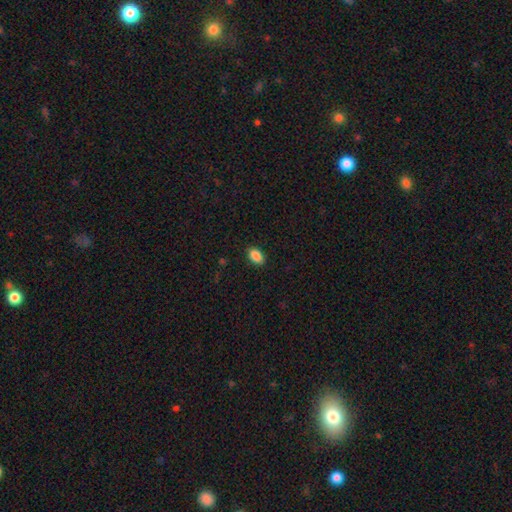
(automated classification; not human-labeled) Smooth or featured?
  - smooth: 89% *
  - star or artifact: 8%
  - featured or disk: 3%
How rounded?
  - in between: 89% *
  - round: 9%
  - cigar-shaped: 2%
Merging?
  - none: 88% *
  - minor disturbance: 9%
  - major disturbance: 2%
  - merger: 1%